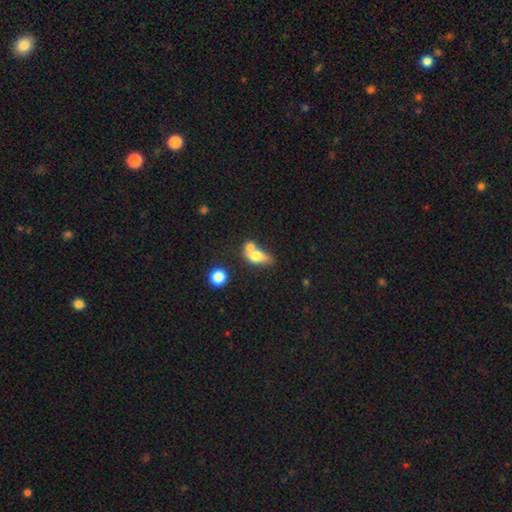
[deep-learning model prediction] This appears to be a smooth galaxy with no disk features (70%) that is in between round and cigar-shaped (72%). Merging: merger (58%).